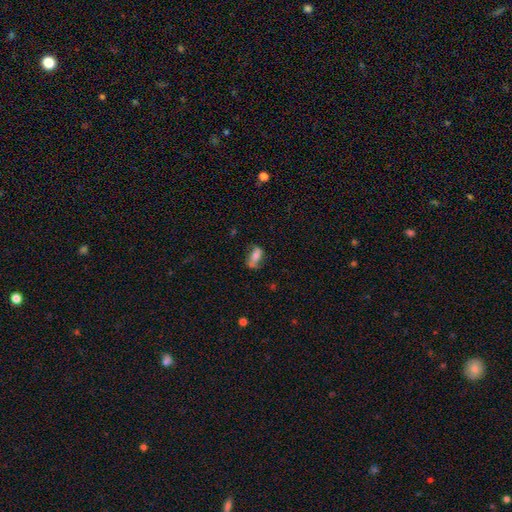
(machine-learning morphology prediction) This is possibly a smooth galaxy (59%). How rounded: likely in between (76%). Merging: possibly none (54%).